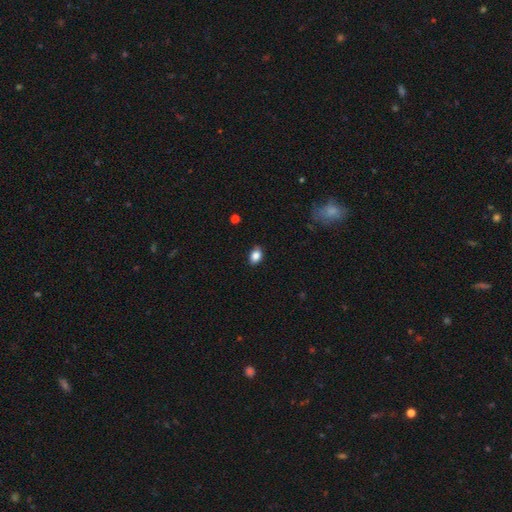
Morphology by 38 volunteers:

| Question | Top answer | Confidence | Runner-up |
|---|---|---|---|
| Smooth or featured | smooth | 95% | star or artifact (5%) |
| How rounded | in between | 81% | round (19%) |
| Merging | none | 92% | minor disturbance (8%) |